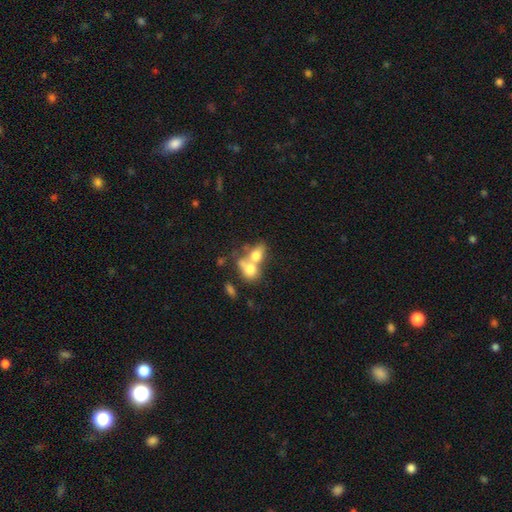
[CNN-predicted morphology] type=smooth (70%); roundness=in between (69%); merging=merger (70%).